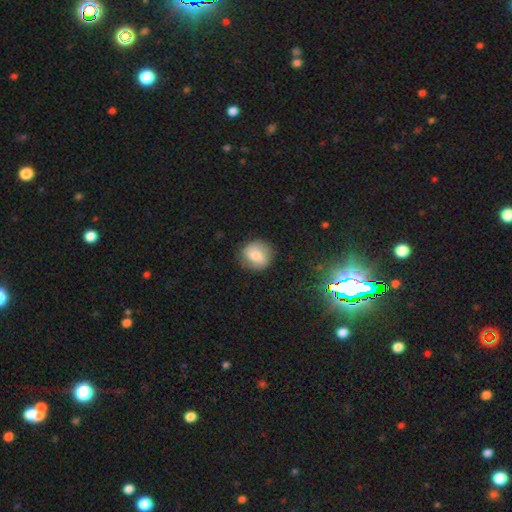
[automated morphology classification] type=smooth (70%); roundness=round (81%); merging=none (82%).